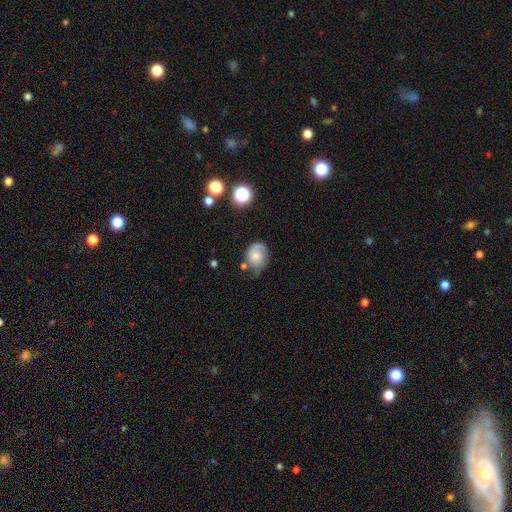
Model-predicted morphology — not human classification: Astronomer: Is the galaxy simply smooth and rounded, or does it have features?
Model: smooth — 54% (runner-up: featured or disk, 36%).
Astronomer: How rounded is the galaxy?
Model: round — 52% (runner-up: in between, 47%).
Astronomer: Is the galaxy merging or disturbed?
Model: none — 45% (runner-up: minor disturbance, 34%).